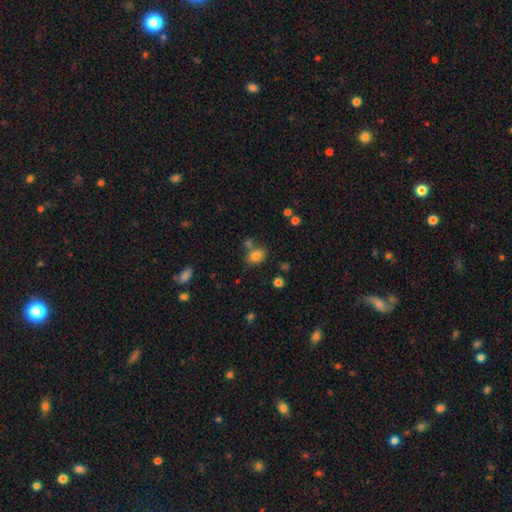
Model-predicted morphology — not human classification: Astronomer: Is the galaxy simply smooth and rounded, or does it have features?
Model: smooth — 80%.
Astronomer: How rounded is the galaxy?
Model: in between — 66%.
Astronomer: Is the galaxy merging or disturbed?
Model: none — 63%.